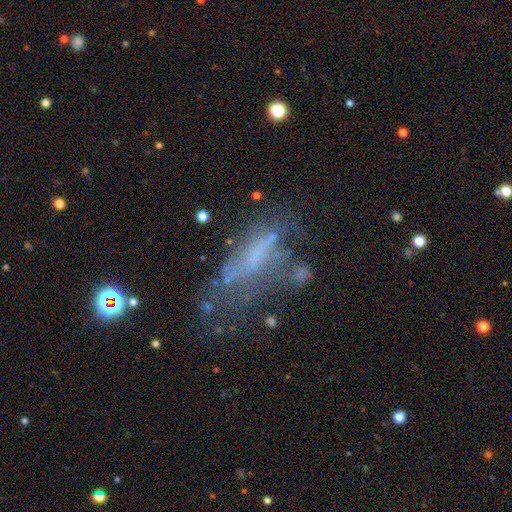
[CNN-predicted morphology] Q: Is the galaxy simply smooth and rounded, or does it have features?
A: featured or disk — 49%.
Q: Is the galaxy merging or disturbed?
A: none — 36%.